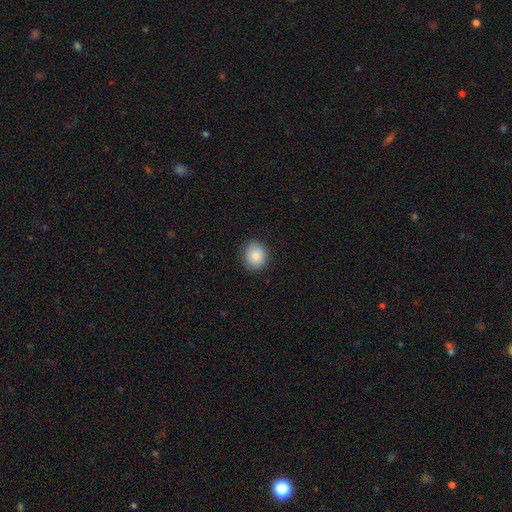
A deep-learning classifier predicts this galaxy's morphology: type=smooth (85%); roundness=round (77%); merging=none (85%).